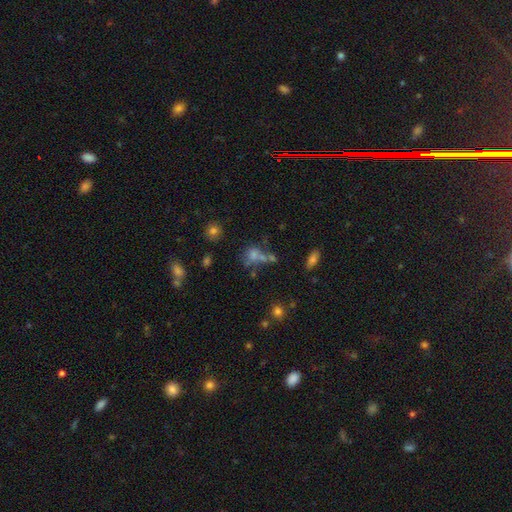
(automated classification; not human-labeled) Smooth or featured: smooth — 60% (star or artifact — 21%)
How rounded: round — 64% (in between — 33%)
Merging: none — 39% (tied with merger — 39%)